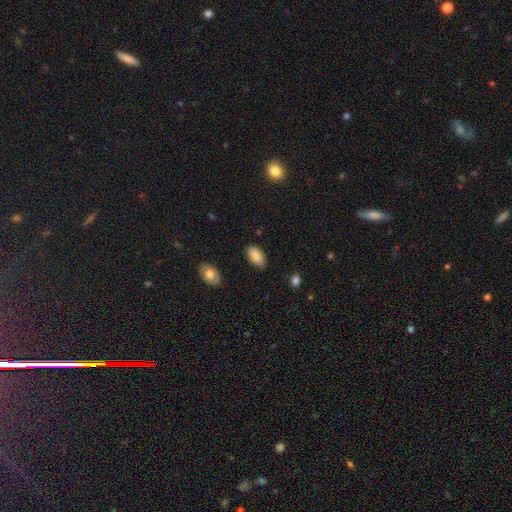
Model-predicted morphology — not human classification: smooth-or-featured: smooth: 86% | star or artifact: 7% | featured or disk: 7%
  how-rounded: in between: 94% | cigar-shaped: 4% | round: 3%
  merging: none: 82% | minor disturbance: 14% | major disturbance: 3% | merger: 1%